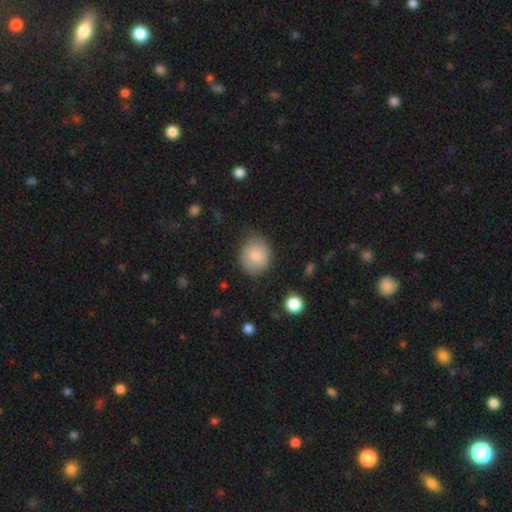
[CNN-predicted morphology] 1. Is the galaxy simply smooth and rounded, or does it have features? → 82% smooth, 10% featured or disk, 8% star or artifact.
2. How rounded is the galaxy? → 61% round, 38% in between, 1% cigar-shaped.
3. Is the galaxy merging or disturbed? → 72% none, 21% minor disturbance, 5% major disturbance, 2% merger.